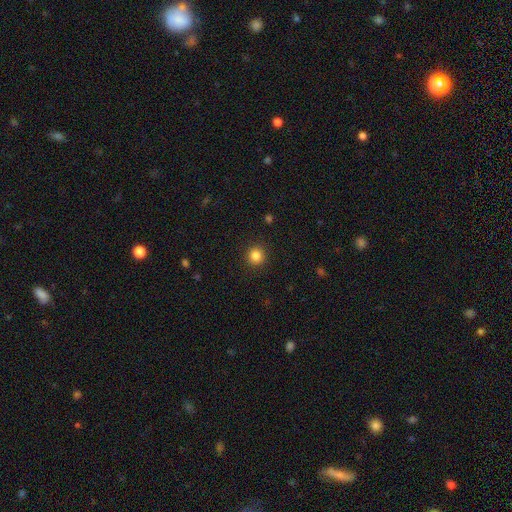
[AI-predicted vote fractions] A smooth galaxy with no disk features (84%) that is round (95%). Merging: none (92%).